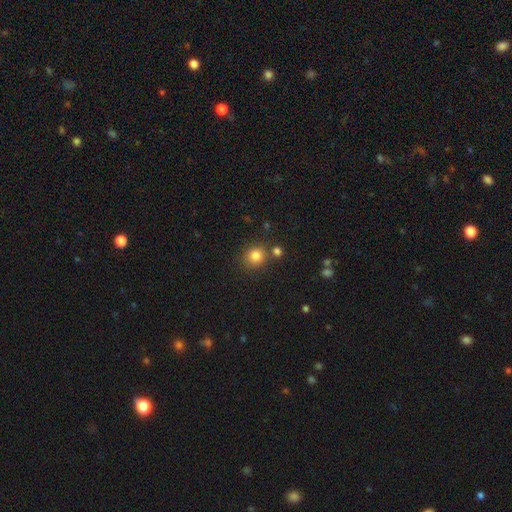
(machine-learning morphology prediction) Q: Smooth or featured?
A: smooth (83%); runner-up: star or artifact (12%)
Q: How rounded?
A: round (85%); runner-up: in between (14%)
Q: Merging?
A: none (77%); runner-up: merger (11%)